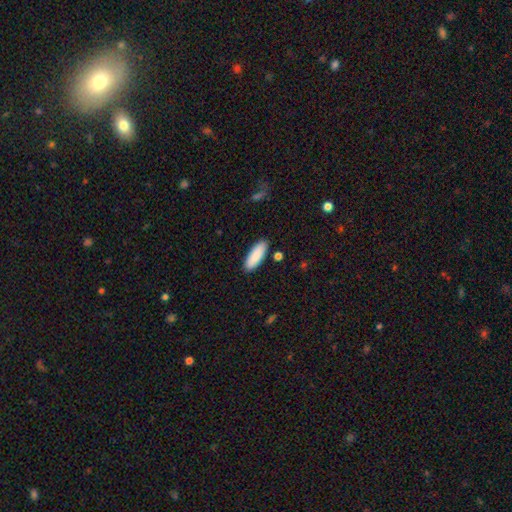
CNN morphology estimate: Smooth or featured? smooth (89%)
How rounded? in between (65%)
Merging? none (88%)